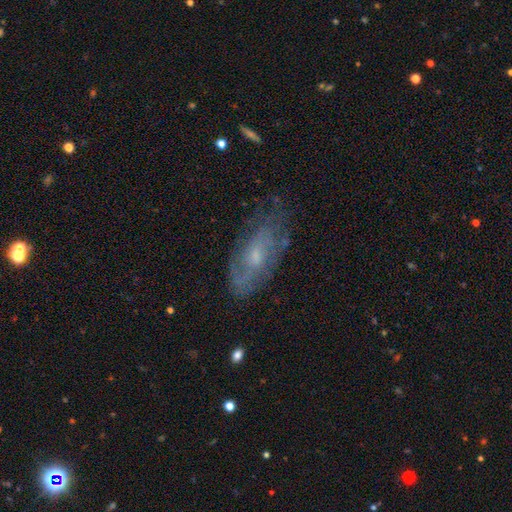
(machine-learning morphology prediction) type=featured or disk (64%); edge-on=no (87%); bar=no (72%); spiral arms=yes (70%); bulge=small (55%); merging=none (64%).